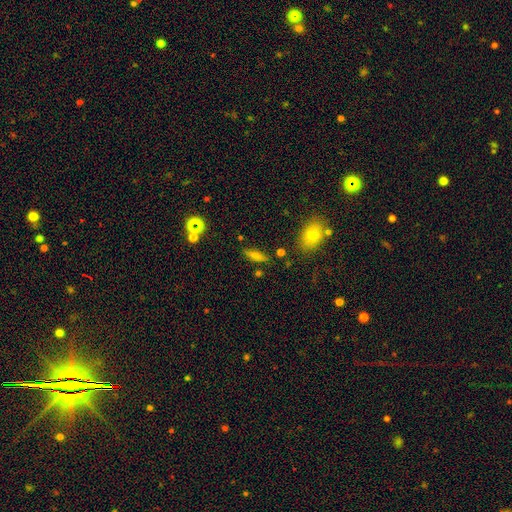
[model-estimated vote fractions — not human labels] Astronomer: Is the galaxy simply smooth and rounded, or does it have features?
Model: smooth — 61%.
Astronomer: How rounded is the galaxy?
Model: cigar-shaped — 51% (runner-up: in between, 43%).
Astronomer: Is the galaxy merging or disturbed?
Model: none — 81%.